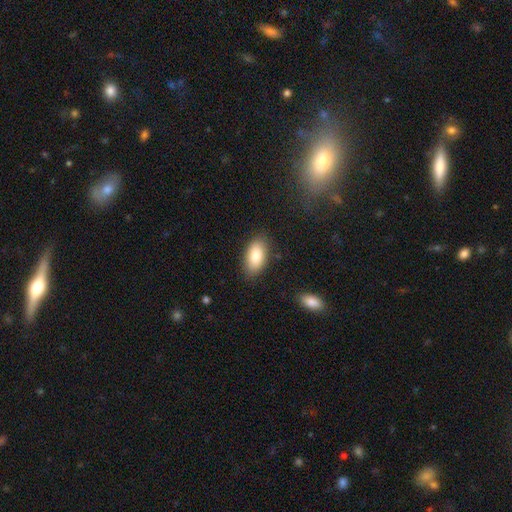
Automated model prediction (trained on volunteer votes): A smooth galaxy with no disk features (83%) that is in between round and cigar-shaped (93%).

Vote fractions:
- Smooth or featured? smooth: 83% / featured or disk: 10% / star or artifact: 7%
- How rounded? in between: 93% / round: 4% / cigar-shaped: 3%
- Merging? none: 84% / minor disturbance: 12% / major disturbance: 3% / merger: 1%